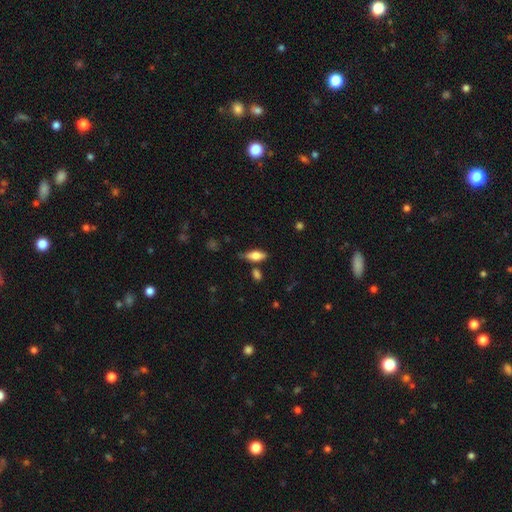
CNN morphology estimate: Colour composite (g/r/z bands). It shows a smooth galaxy with no disk features (68%) that is in between round and cigar-shaped (75%). Merging: none (71%).